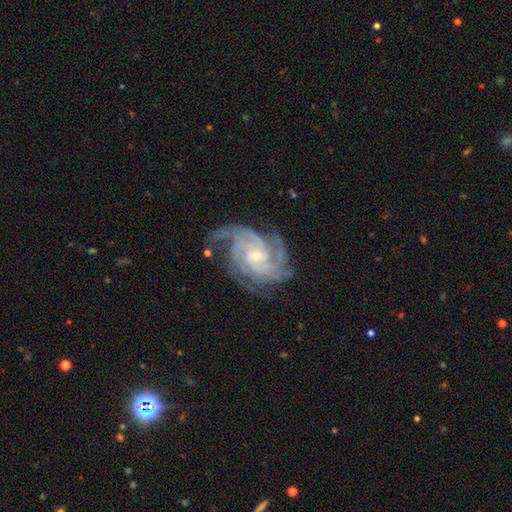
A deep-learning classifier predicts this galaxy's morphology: A featured or disk galaxy (91%) with no bar (64%), 4 (33%) tight (60%) spiral arms (98%) and a small central bulge (72%). Merging: none (67%).